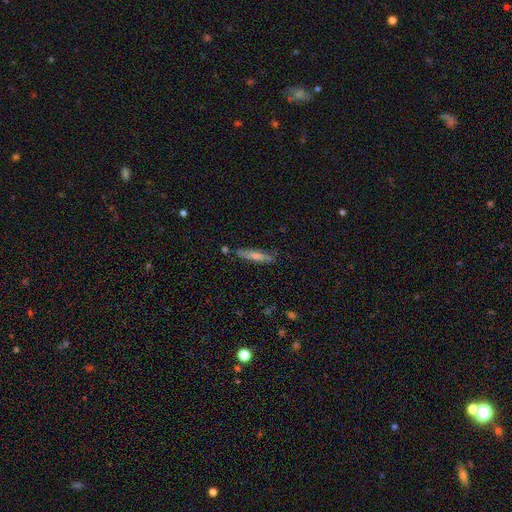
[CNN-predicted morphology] Smooth or featured: smooth — 49% (featured or disk — 42%)
Merging: none — 80% (minor disturbance — 14%)